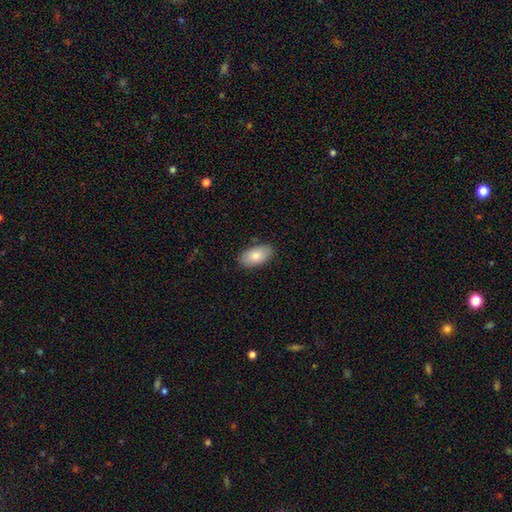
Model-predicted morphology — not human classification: A smooth galaxy with no disk features (79%) that is in between round and cigar-shaped (94%). Merging: none (85%).